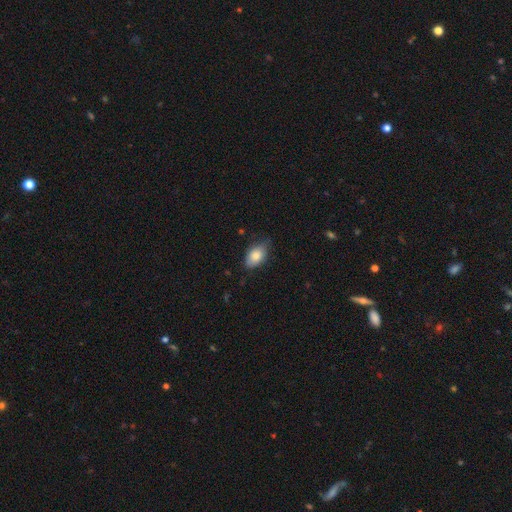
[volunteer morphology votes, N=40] This is clearly a smooth galaxy (82%). How rounded: clearly in between (88%). Merging: likely none (66%).